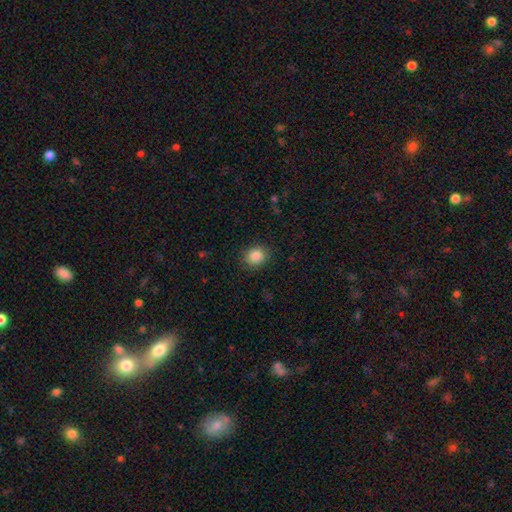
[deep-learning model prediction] This is clearly a smooth galaxy (86%). How rounded: likely round (70%). Merging: clearly none (88%).